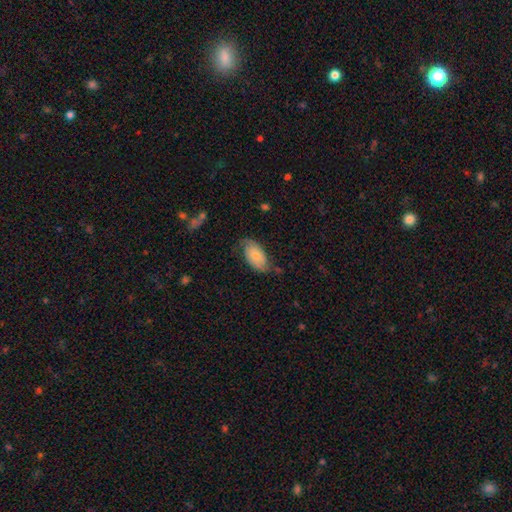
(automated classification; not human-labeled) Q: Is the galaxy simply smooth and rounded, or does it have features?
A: smooth — 54%.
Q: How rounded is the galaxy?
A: in between — 93%.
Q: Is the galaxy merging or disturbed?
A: none — 58%.